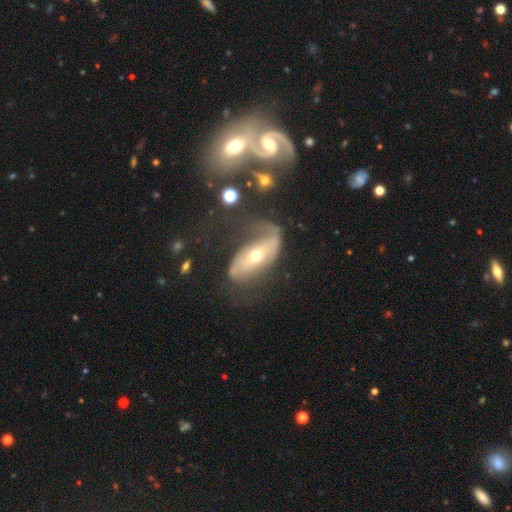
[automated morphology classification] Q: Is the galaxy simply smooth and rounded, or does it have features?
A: featured or disk — 69%.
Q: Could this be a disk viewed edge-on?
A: no — 87%.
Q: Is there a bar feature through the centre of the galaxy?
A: no — 48%.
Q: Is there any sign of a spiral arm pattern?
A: yes — 80%.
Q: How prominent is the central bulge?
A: moderate — 56%.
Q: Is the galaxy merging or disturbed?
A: none — 38%.